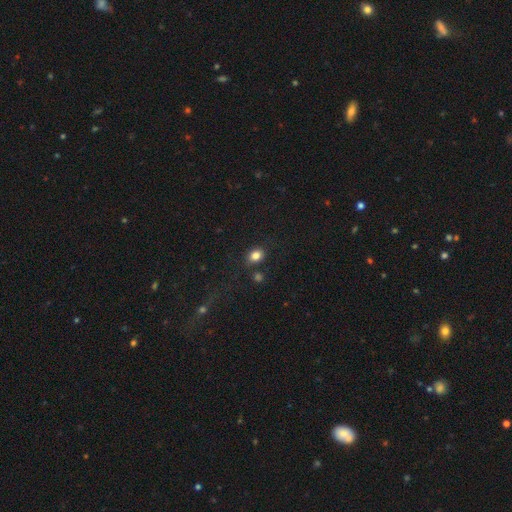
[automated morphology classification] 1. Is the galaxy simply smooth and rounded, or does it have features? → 83% smooth, 11% star or artifact, 6% featured or disk.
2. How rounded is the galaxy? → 54% in between, 45% round, 1% cigar-shaped.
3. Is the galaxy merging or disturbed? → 78% none, 12% minor disturbance, 6% merger, 4% major disturbance.